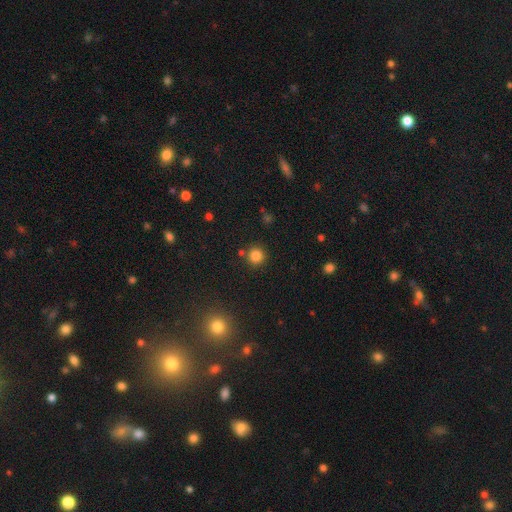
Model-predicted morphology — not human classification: This is clearly a smooth galaxy (83%). How rounded: clearly round (94%). Merging: clearly none (84%).